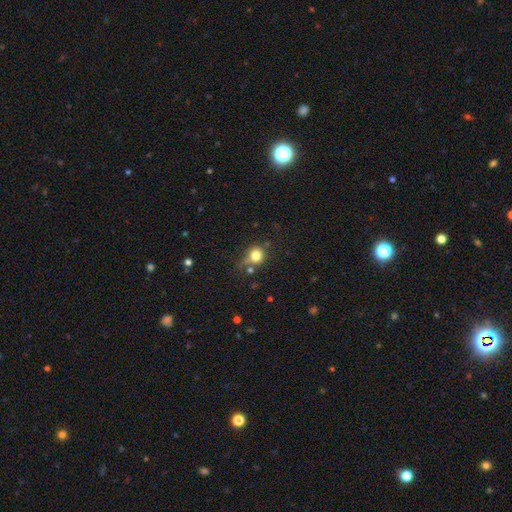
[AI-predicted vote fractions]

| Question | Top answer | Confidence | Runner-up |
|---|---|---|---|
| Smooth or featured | smooth | 80% | star or artifact (12%) |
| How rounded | round | 81% | in between (18%) |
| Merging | none | 59% | minor disturbance (21%) |